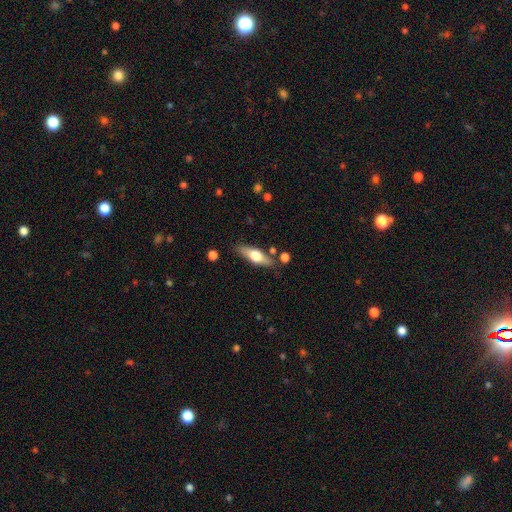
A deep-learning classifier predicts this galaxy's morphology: This is possibly a featured or disk galaxy (47%, tied with smooth). Merging: clearly none (82%).